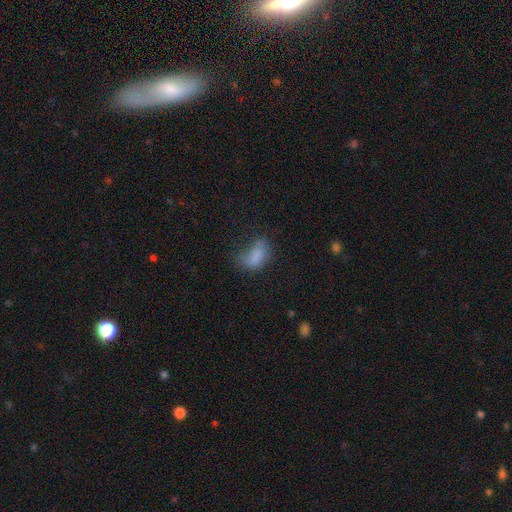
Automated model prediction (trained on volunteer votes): The model was most divided on "merging": none: 33%, major disturbance: 31%, minor disturbance: 30%, merger: 5%. More confident: how rounded — in between (89%); smooth or featured — smooth (74%).